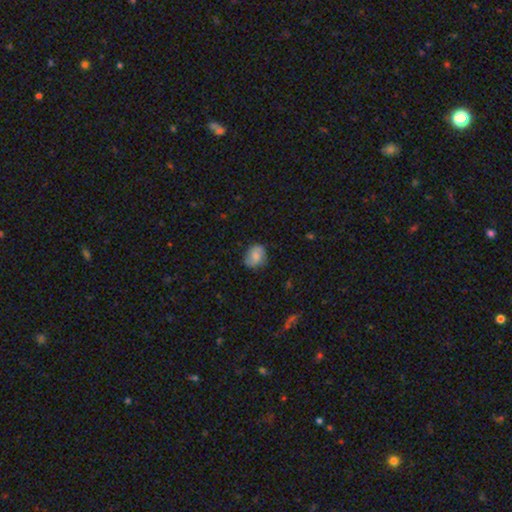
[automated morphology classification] A smooth galaxy with no disk features (60%) that is in between round and cigar-shaped (50%).

Vote fractions:
- Smooth or featured? smooth: 60% / featured or disk: 32% / star or artifact: 8%
- How rounded? in between: 50% / round: 49% / cigar-shaped: 1%
- Merging? none: 73% / minor disturbance: 21% / major disturbance: 5% / merger: 1%